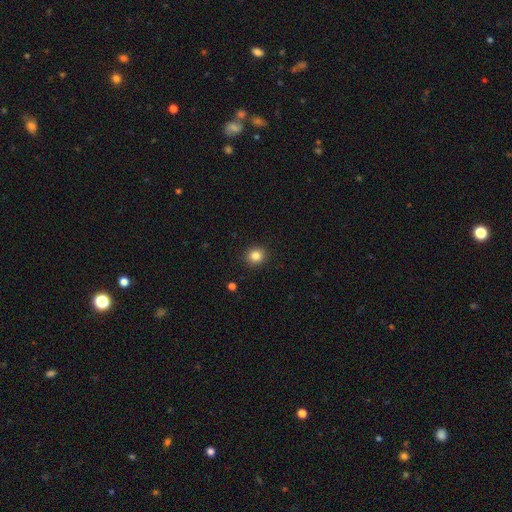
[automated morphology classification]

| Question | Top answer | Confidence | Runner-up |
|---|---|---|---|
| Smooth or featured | smooth | 84% | star or artifact (11%) |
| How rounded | round | 84% | in between (15%) |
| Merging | none | 91% | minor disturbance (6%) |